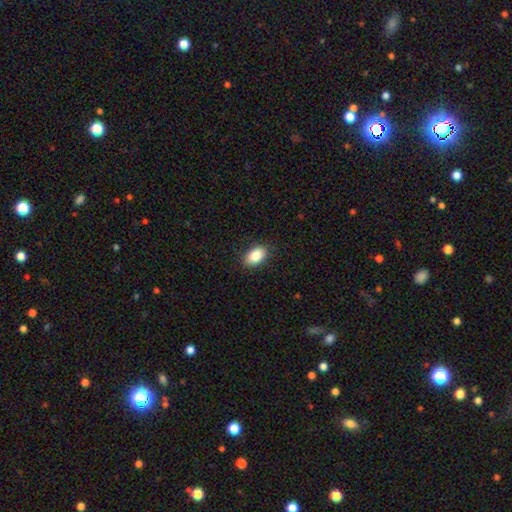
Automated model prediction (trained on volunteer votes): Overall: smooth (85%). How rounded: in between (89%). Merging: none (87%).